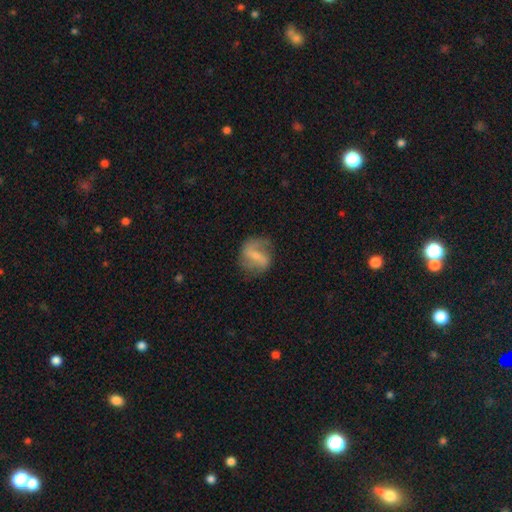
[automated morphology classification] Smooth or featured?
  - featured or disk: 65% *
  - smooth: 27%
  - star or artifact: 7%
Edge-on disk?
  - no: 96% *
  - yes: 4%
Bar?
  - strong: 42% * (tied)
  - weak: 42% * (tied)
  - no: 16%
Spiral arms?
  - yes: 84% *
  - no: 16%
Spiral winding?
  - loose: 49% *
  - medium: 37%
  - tight: 14%
Spiral arm count?
  - 2: 78% *
  - 1: 12%
  - can't tell: 7%
  - 3: 1%
  - 4: 1%
  - more than 4: 1%
Bulge size?
  - small: 49% *
  - moderate: 24%
  - none: 23%
  - large: 3%
  - dominant: 1%
Merging?
  - none: 66% *
  - minor disturbance: 20%
  - major disturbance: 12%
  - merger: 2%